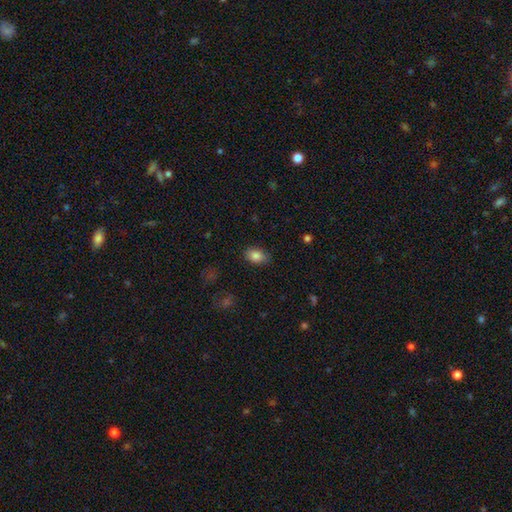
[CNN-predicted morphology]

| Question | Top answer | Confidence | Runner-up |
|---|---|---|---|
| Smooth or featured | smooth | 85% | star or artifact (8%) |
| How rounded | in between | 83% | round (15%) |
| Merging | none | 84% | minor disturbance (13%) |